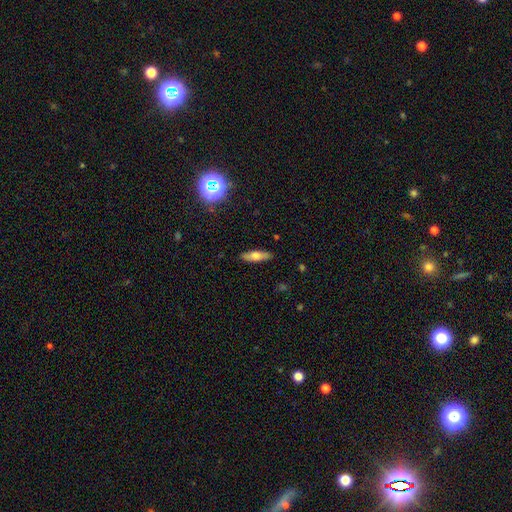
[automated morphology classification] smooth-or-featured: smooth: 61% | featured or disk: 31% | star or artifact: 8%
  how-rounded: cigar-shaped: 58% | in between: 40% | round: 3%
  merging: none: 88% | minor disturbance: 9% | major disturbance: 2% | merger: 1%